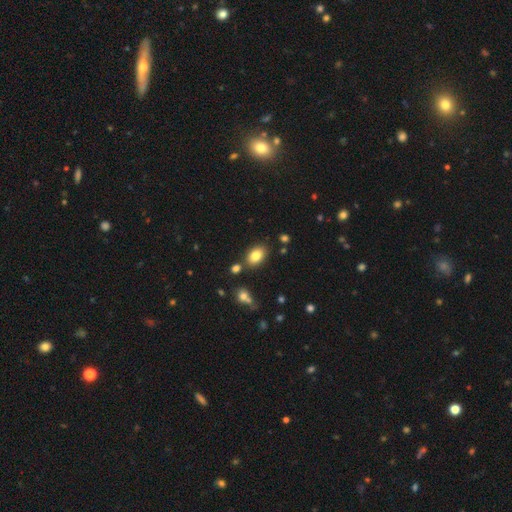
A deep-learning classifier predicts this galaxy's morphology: Smooth or featured? smooth (83%)
How rounded? in between (86%)
Merging? none (79%)